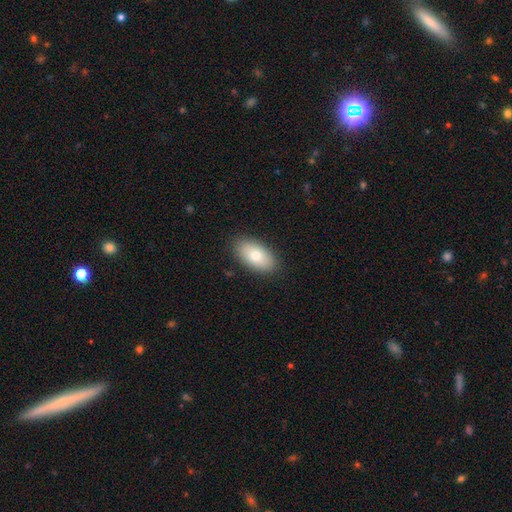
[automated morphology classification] This is likely a smooth galaxy (77%). How rounded: clearly in between (94%). Merging: clearly none (88%).